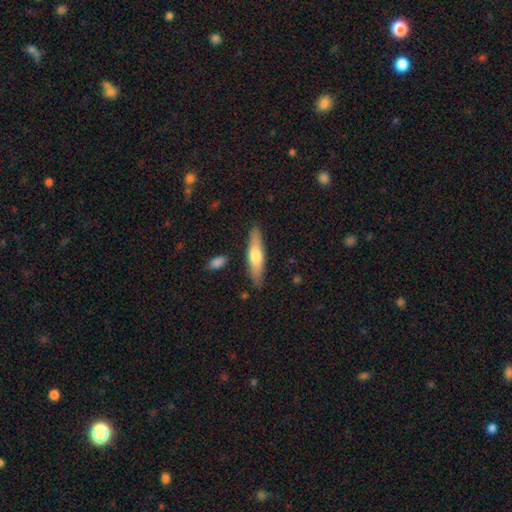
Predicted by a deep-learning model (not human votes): Smooth or featured? Predicted: smooth (p=0.57). How rounded? Predicted: cigar-shaped (p=0.76). Merging? Predicted: none (p=0.84).